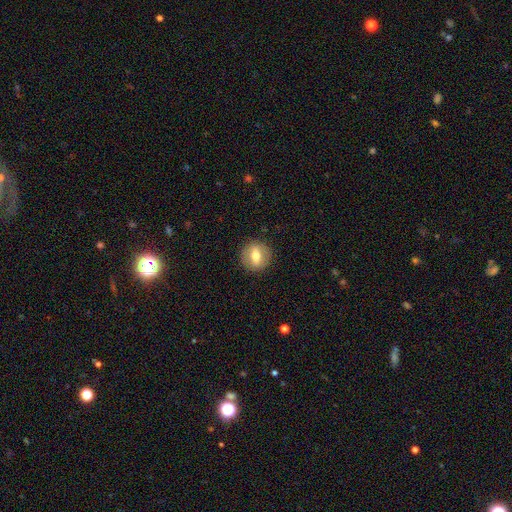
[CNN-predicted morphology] The model was most divided on "smooth or featured": smooth: 58%, featured or disk: 34%, star or artifact: 8%. More confident: merging — none (89%); how rounded — round (79%).